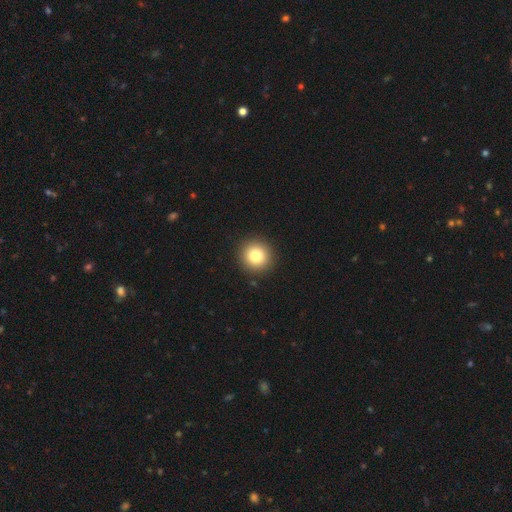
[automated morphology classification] Overall: smooth (82%). How rounded: round (94%). Merging: none (92%).